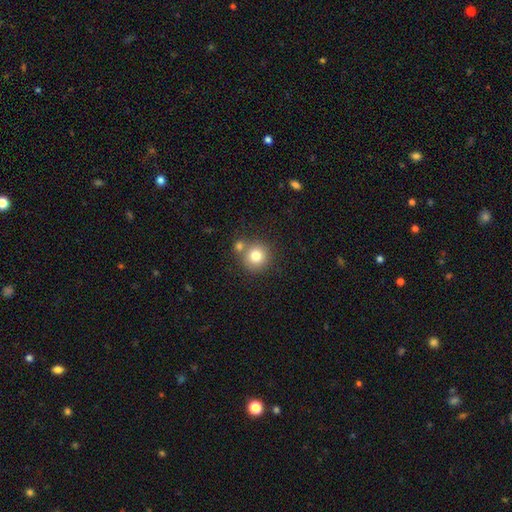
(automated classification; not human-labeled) Smooth or featured: smooth — 80% (star or artifact — 11%)
How rounded: round — 91% (in between — 8%)
Merging: none — 66% (merger — 23%)